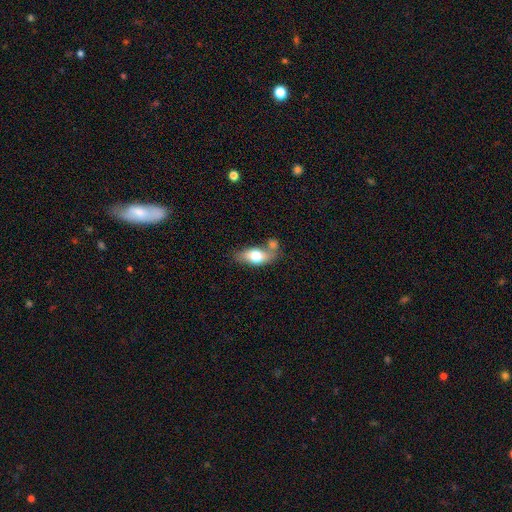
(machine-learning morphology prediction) Q: Smooth or featured?
A: smooth (69%); runner-up: featured or disk (24%)
Q: How rounded?
A: in between (85%); runner-up: cigar-shaped (9%)
Q: Merging?
A: none (45%); runner-up: merger (30%)